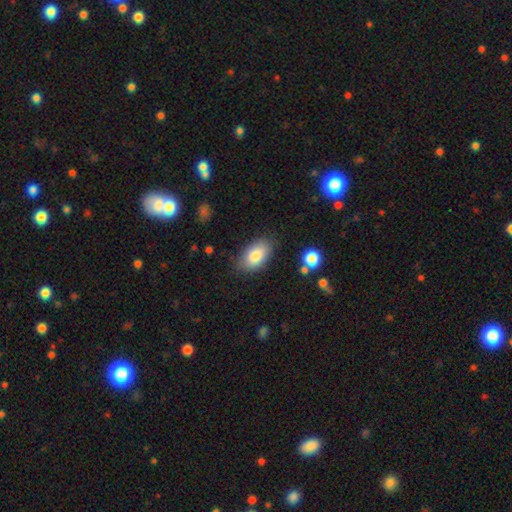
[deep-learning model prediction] smooth-or-featured: smooth: 83% | featured or disk: 10% | star or artifact: 7%
  how-rounded: in between: 93% | round: 5% | cigar-shaped: 2%
  merging: none: 81% | minor disturbance: 14% | major disturbance: 3% | merger: 2%